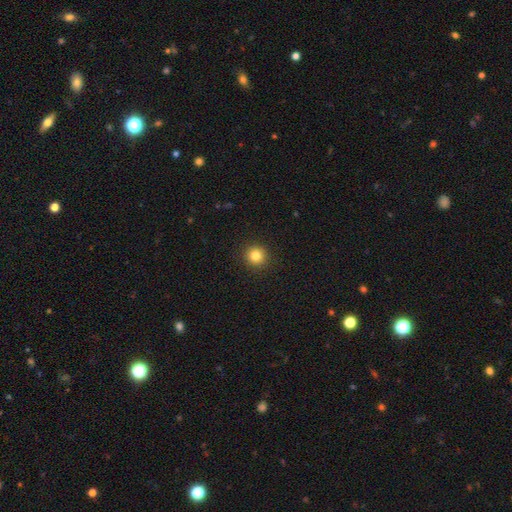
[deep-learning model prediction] Smooth or featured? smooth (82%)
How rounded? round (94%)
Merging? none (93%)